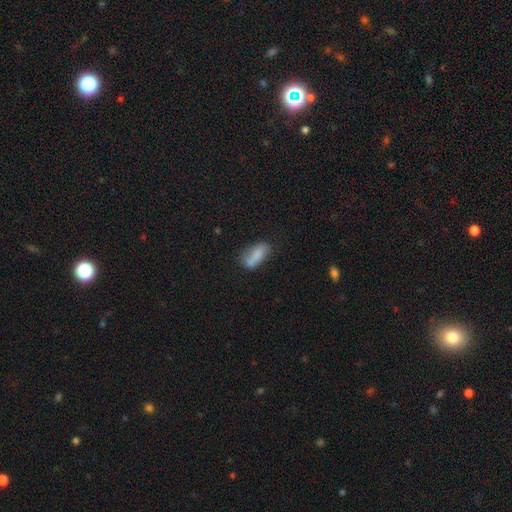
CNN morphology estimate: smooth-or-featured: smooth: 75% | featured or disk: 17% | star or artifact: 8%
  how-rounded: in between: 80% | cigar-shaped: 17% | round: 3%
  merging: none: 51% | minor disturbance: 24% | merger: 17% | major disturbance: 8%